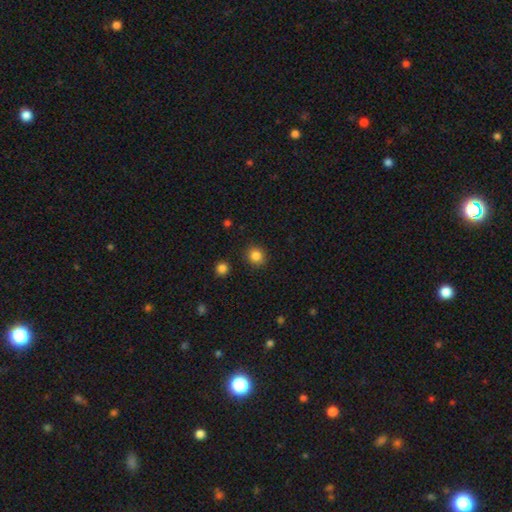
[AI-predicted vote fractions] Smooth or featured: smooth — 85% (star or artifact — 11%)
How rounded: round — 88% (in between — 11%)
Merging: none — 91% (minor disturbance — 6%)